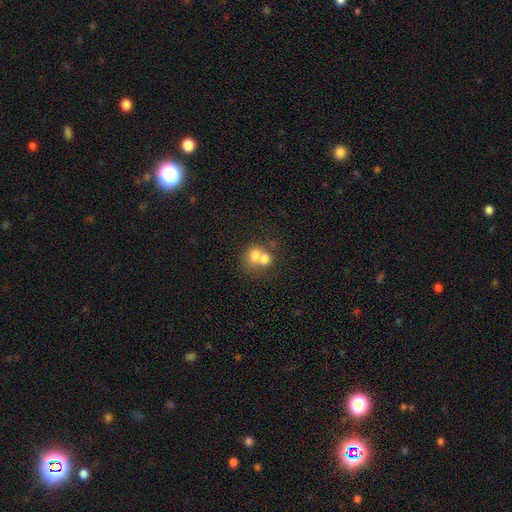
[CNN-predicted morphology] Q: Smooth or featured?
A: smooth (69%); runner-up: featured or disk (20%)
Q: How rounded?
A: round (65%); runner-up: in between (34%)
Q: Merging?
A: merger (64%); runner-up: none (26%)